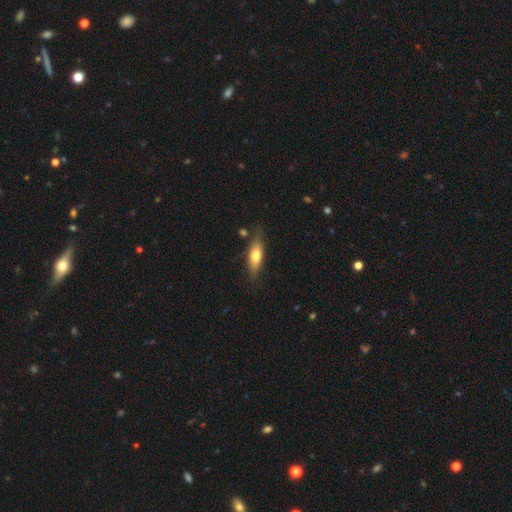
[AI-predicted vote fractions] A smooth galaxy with no disk features (66%) that is in between round and cigar-shaped (58%).

Vote fractions:
- Smooth or featured? smooth: 66% / featured or disk: 28% / star or artifact: 6%
- How rounded? in between: 58% / cigar-shaped: 39% / round: 3%
- Merging? none: 73% / minor disturbance: 19% / major disturbance: 4% / merger: 4%